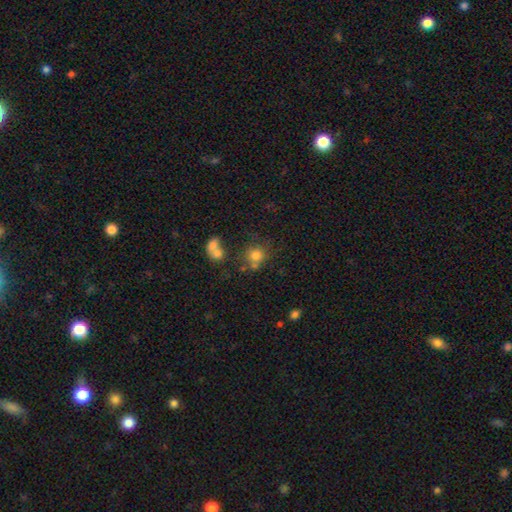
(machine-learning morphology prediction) smooth_or_featured: smooth (p=0.76) [alt: star or artifact p=0.14]
how_rounded: round (p=0.83) [alt: in between p=0.16]
merging: none (p=0.58) [alt: merger p=0.24]